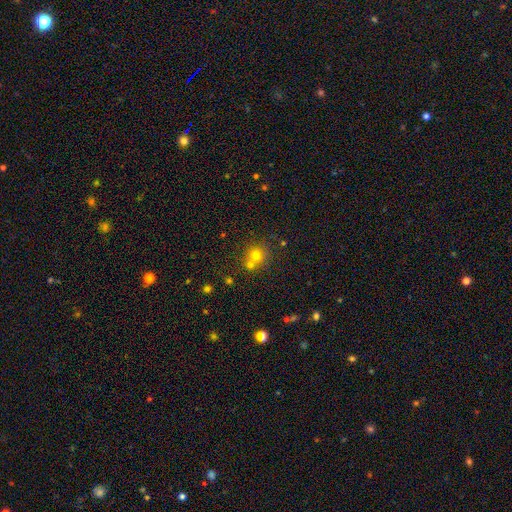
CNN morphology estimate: Smooth or featured? smooth (69%)
How rounded? round (87%)
Merging? none (54%)